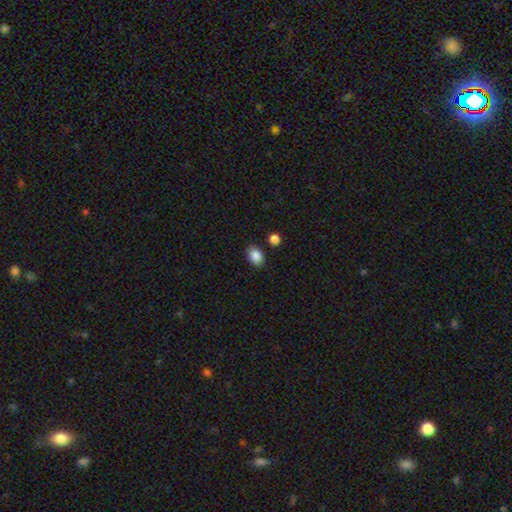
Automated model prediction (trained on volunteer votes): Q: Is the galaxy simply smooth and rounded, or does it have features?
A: smooth — 87%.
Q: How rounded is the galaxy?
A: in between — 76%.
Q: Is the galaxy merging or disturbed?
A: none — 84%.